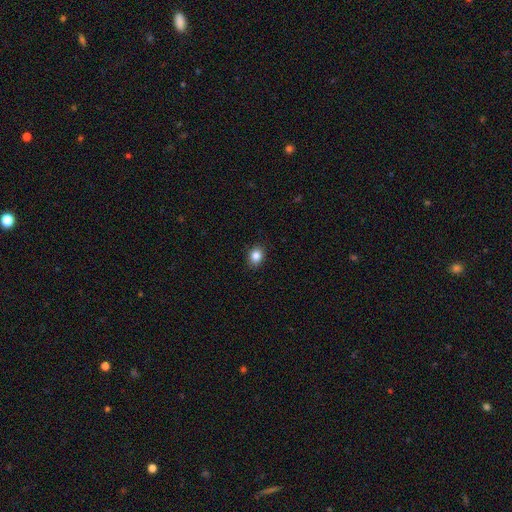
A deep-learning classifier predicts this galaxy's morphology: This appears to be a smooth galaxy with no disk features (85%) that is in between round and cigar-shaped (56%). Merging: none (88%).